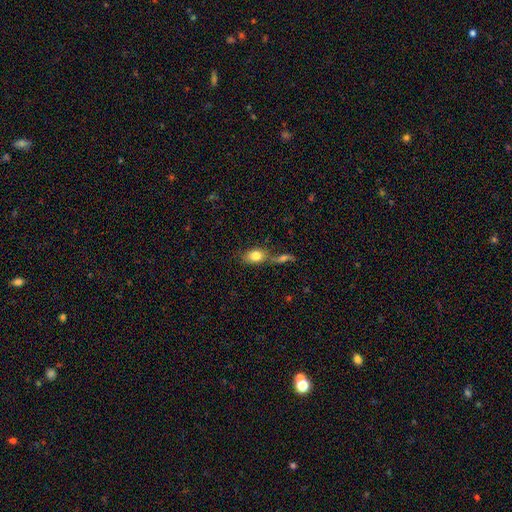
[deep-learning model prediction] Smooth or featured? smooth (82%)
How rounded? in between (77%)
Merging? none (48%)